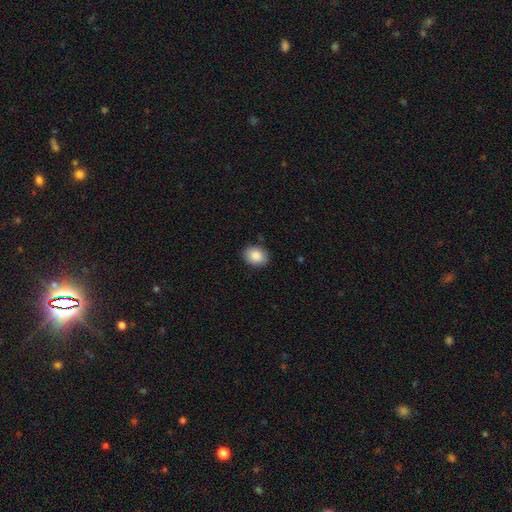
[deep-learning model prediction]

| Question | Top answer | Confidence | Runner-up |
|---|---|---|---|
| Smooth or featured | smooth | 88% | star or artifact (7%) |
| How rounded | in between | 60% | round (39%) |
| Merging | none | 88% | minor disturbance (9%) |